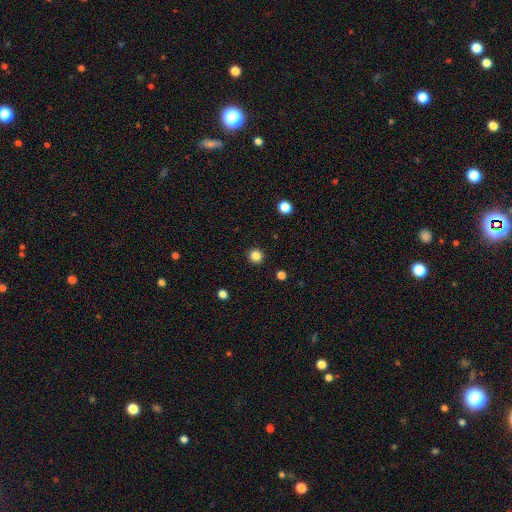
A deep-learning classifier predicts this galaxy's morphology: Smooth or featured: smooth — 84% (star or artifact — 12%)
How rounded: round — 94% (in between — 5%)
Merging: none — 92% (minor disturbance — 5%)